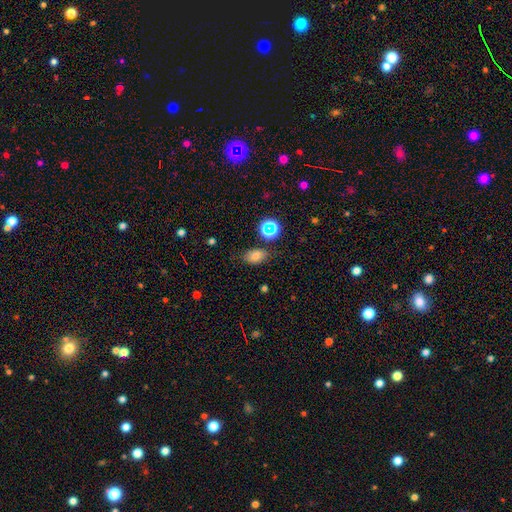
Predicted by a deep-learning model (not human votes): Smooth or featured? smooth (68%)
How rounded? in between (79%)
Merging? none (74%)